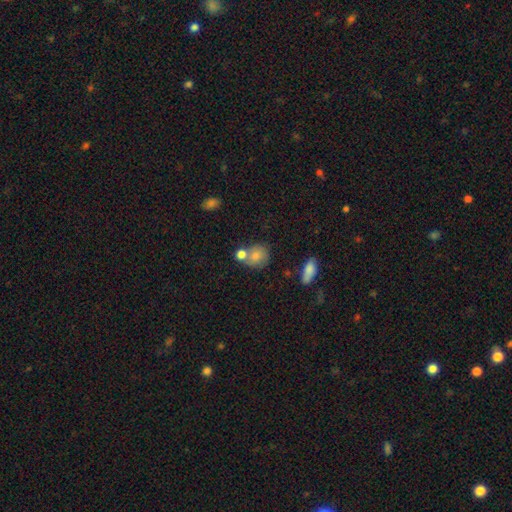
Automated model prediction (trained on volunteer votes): smooth 79%, featured or disk 12%, star or artifact 10%. Down the decision tree: how rounded — round (73%); merging — none (50%).